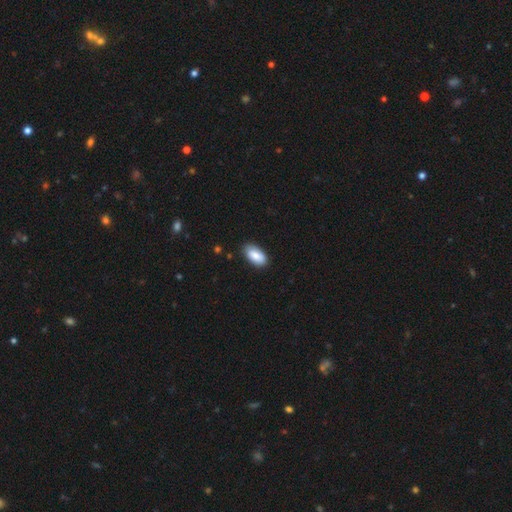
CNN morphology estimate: Smooth or featured? Predicted: smooth (p=0.86). How rounded? Predicted: in between (p=0.94). Merging? Predicted: none (p=0.85).